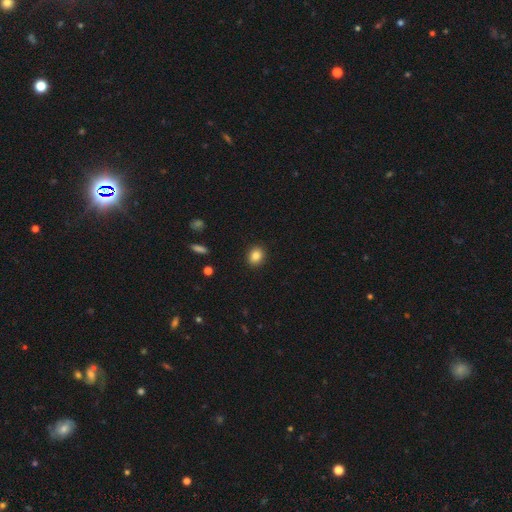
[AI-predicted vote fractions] Q: Smooth or featured?
A: smooth (85%); runner-up: star or artifact (10%)
Q: How rounded?
A: round (60%); runner-up: in between (39%)
Q: Merging?
A: none (90%); runner-up: minor disturbance (7%)